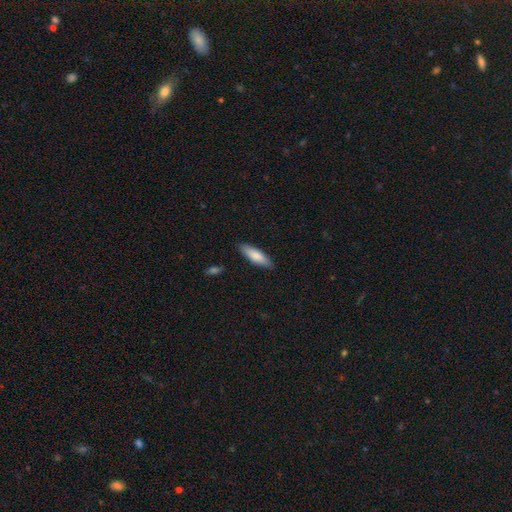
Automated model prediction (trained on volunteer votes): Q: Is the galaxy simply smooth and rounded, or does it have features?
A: smooth — 81%.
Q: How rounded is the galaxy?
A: cigar-shaped — 54%.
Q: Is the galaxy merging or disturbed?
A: none — 88%.